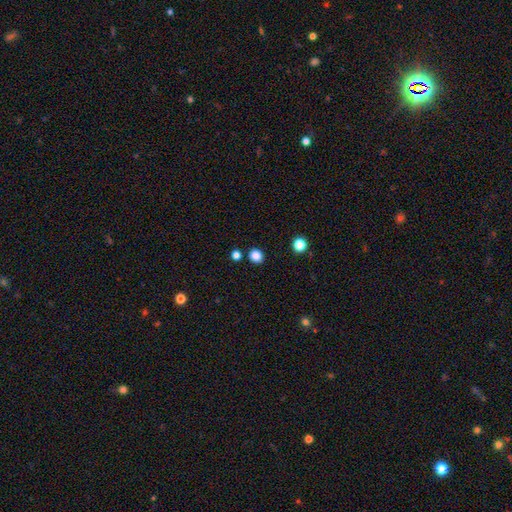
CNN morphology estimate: Smooth or featured? Predicted: smooth (p=0.85). How rounded? Predicted: round (p=0.82). Merging? Predicted: none (p=0.87).